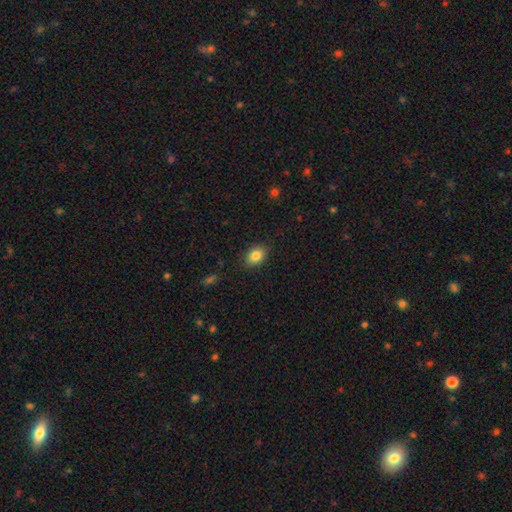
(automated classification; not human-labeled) Smooth or featured? smooth (85%)
How rounded? in between (75%)
Merging? none (87%)